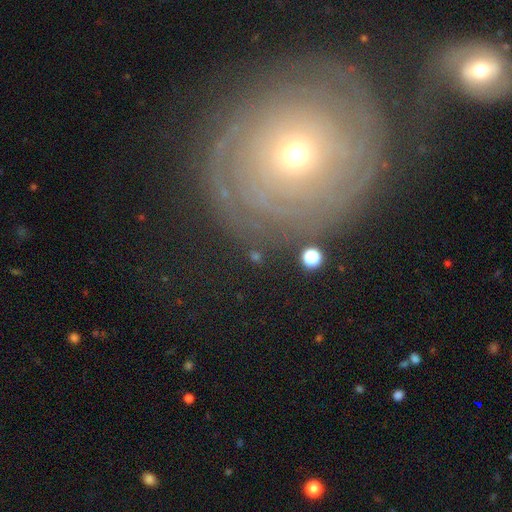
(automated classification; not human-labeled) Smooth or featured? featured or disk (63%)
Edge-on disk? no (95%)
Bar? no (82%)
Spiral arms? yes (80%)
Bulge size? small (59%)
Merging? none (81%)